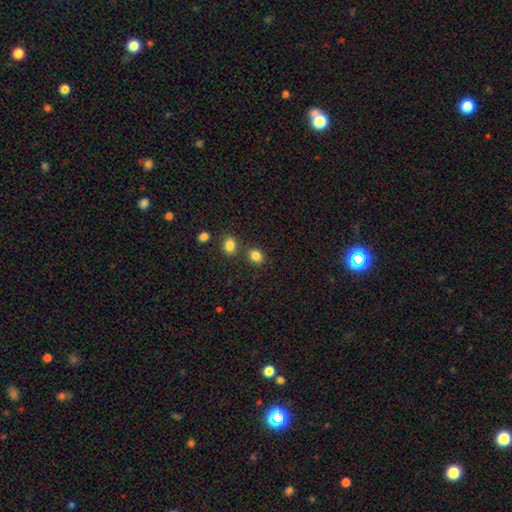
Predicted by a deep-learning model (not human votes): This appears to be a smooth galaxy with no disk features (84%) that is round (61%). Merging: none (74%).